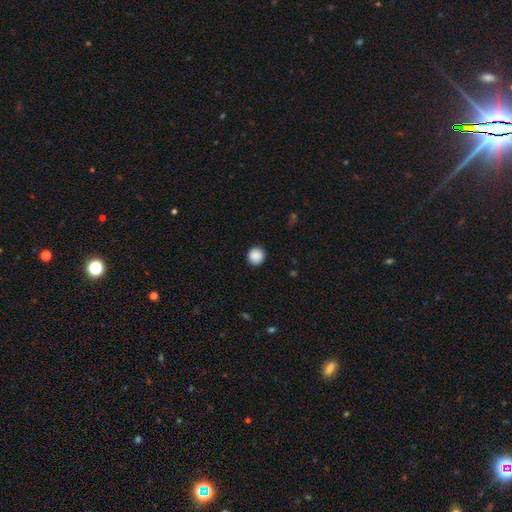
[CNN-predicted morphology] The model was most divided on "smooth or featured": smooth: 89%, star or artifact: 8%, featured or disk: 3%. More confident: how rounded — round (92%); merging — none (91%).